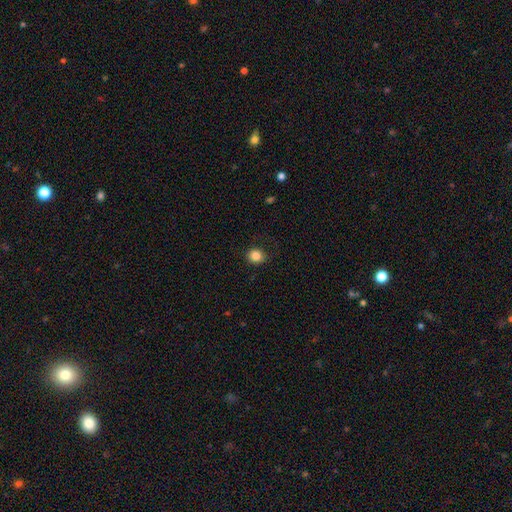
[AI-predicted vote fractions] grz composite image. It shows a smooth galaxy with no disk features (84%) that is round (82%). Merging: none (86%).